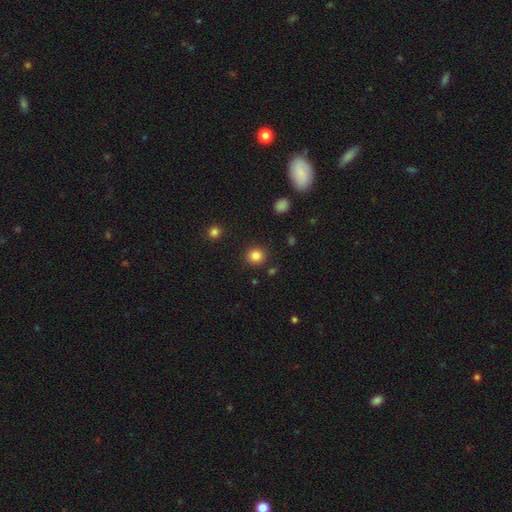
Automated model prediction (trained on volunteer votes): smooth 85%, star or artifact 11%, featured or disk 5%. Down the decision tree: how rounded — round (91%); merging — none (90%).